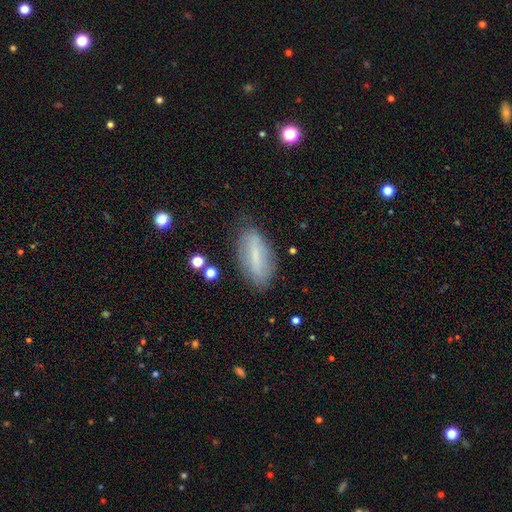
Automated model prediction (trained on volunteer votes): smooth 53%, featured or disk 38%, star or artifact 9%. Down the decision tree: how rounded — in between (73%); merging — none (74%).